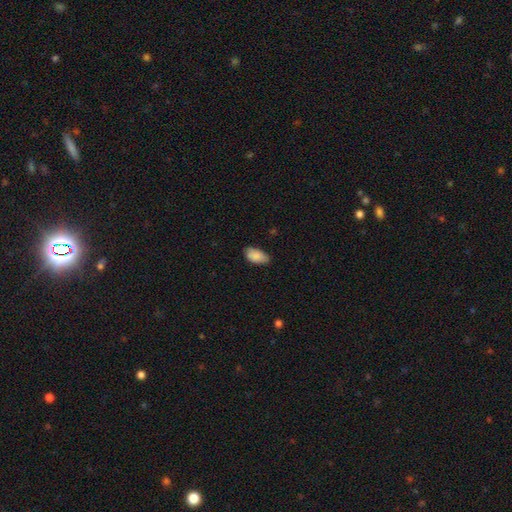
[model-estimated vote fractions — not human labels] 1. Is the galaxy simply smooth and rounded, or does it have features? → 88% smooth, 7% star or artifact, 6% featured or disk.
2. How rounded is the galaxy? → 94% in between, 3% cigar-shaped, 3% round.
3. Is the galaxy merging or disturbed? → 73% none, 22% minor disturbance, 3% major disturbance, 1% merger.